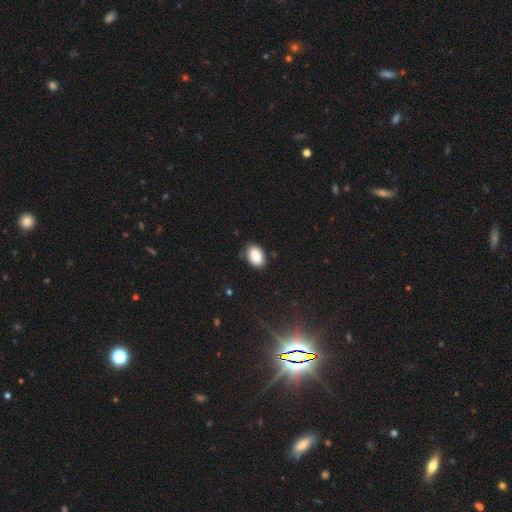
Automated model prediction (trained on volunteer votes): Morphology: type=smooth (87%); roundness=in between (87%); merging=none (82%).